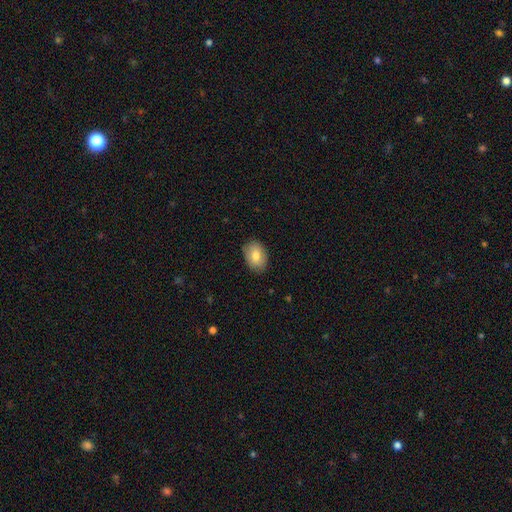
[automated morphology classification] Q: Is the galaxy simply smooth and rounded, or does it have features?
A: smooth — 81%.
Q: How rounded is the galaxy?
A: in between — 80%.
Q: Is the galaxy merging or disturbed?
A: none — 86%.